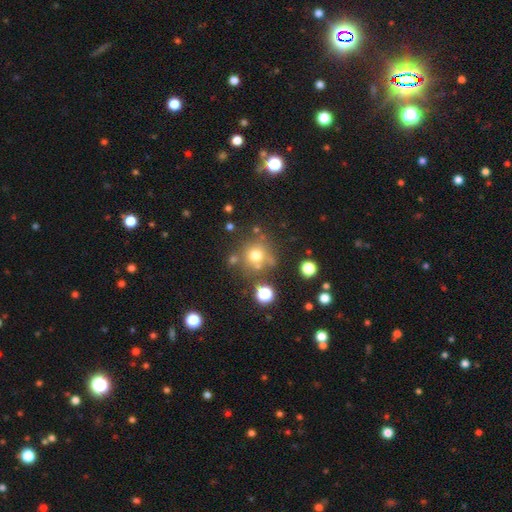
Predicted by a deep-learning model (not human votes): Smooth or featured? Predicted: smooth (p=0.69). How rounded? Predicted: round (p=0.90). Merging? Predicted: none (p=0.67).